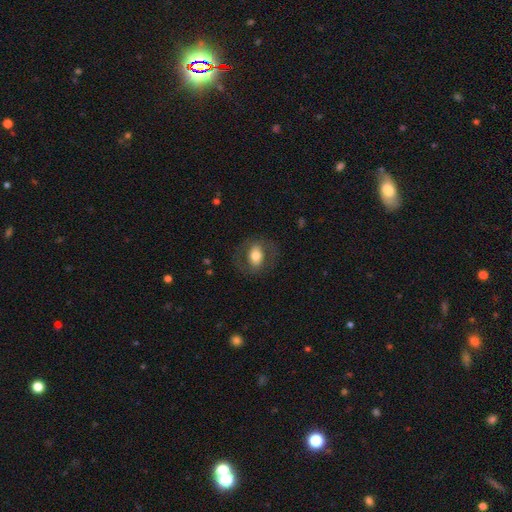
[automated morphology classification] smooth_or_featured: smooth (p=0.56) [alt: featured or disk p=0.37]
how_rounded: in between (p=0.66) [alt: round p=0.32]
merging: none (p=0.74) [alt: minor disturbance p=0.14]